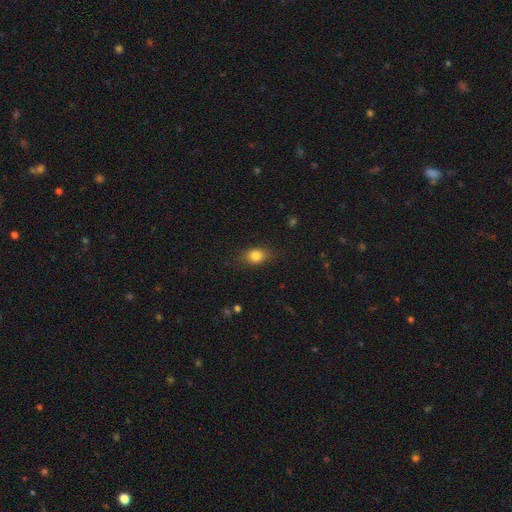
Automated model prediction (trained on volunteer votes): A smooth galaxy with no disk features (82%) that is in between round and cigar-shaped (61%).

Vote fractions:
- Smooth or featured? smooth: 82% / star or artifact: 9% / featured or disk: 8%
- How rounded? in between: 61% / round: 37% / cigar-shaped: 2%
- Merging? none: 79% / minor disturbance: 15% / major disturbance: 4% / merger: 1%